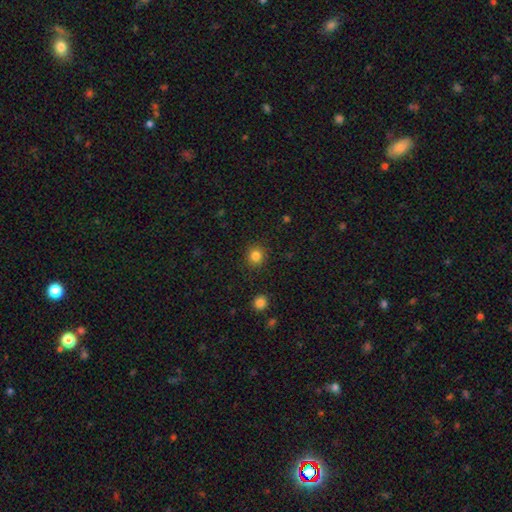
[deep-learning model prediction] This appears to be a smooth galaxy with no disk features (83%) that is round (87%). Merging: none (90%).